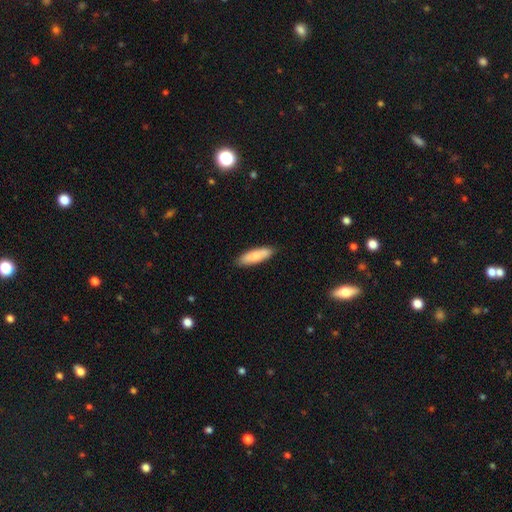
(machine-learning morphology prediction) Smooth or featured? Predicted: smooth (p=0.82). How rounded? Predicted: cigar-shaped (p=0.55). Merging? Predicted: none (p=0.85).